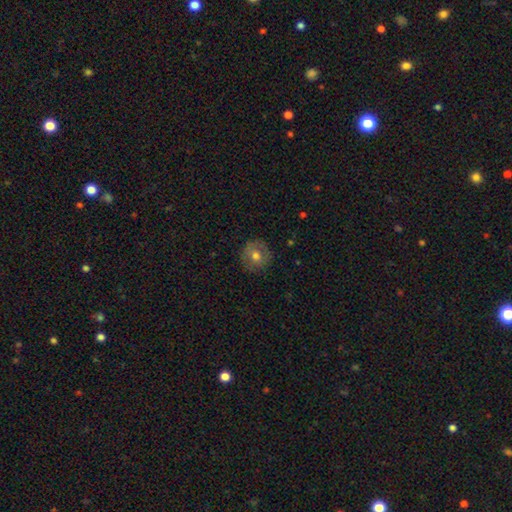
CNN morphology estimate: A smooth galaxy with no disk features (67%) that is round (92%). Merging: none (85%).